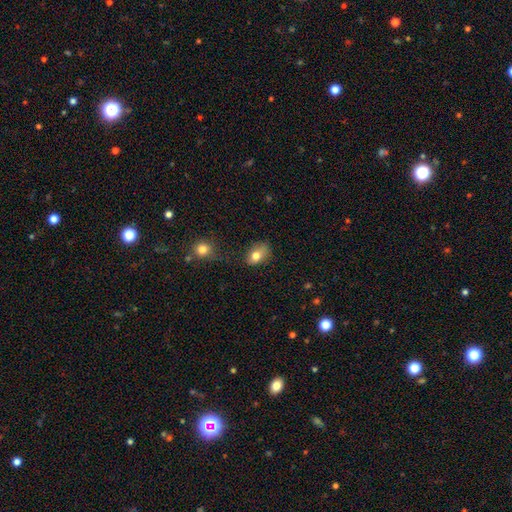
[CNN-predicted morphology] type=smooth (77%); roundness=in between (81%); merging=none (62%).